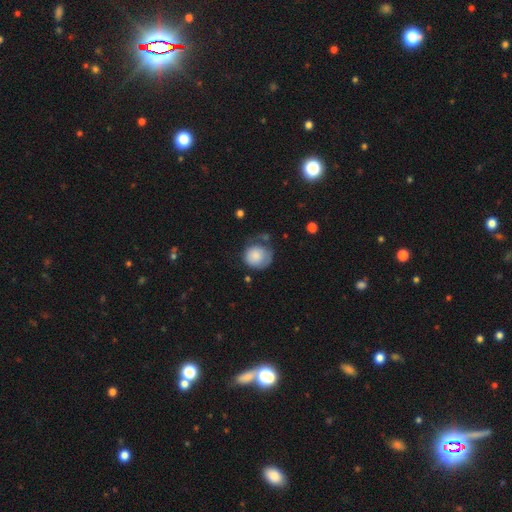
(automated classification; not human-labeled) The model was most divided on "merging": none: 48%, minor disturbance: 31%, major disturbance: 16%, merger: 5%. More confident: how rounded — round (85%); smooth or featured — smooth (81%).